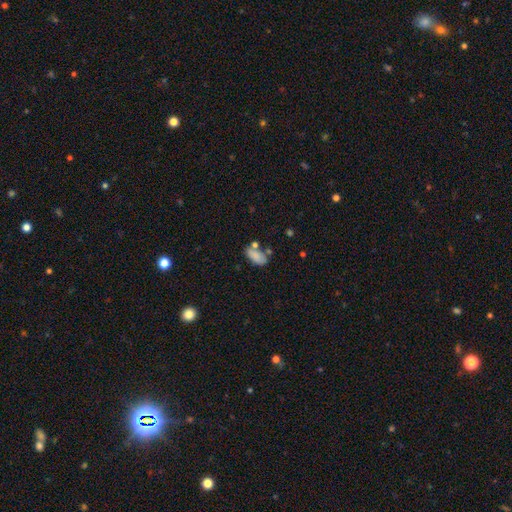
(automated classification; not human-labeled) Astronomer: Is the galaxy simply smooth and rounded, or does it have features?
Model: smooth — 81%.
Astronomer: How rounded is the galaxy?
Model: in between — 88%.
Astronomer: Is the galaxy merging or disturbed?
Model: none — 54%.